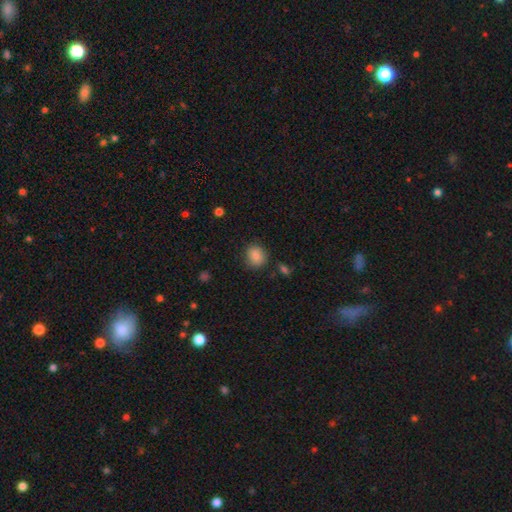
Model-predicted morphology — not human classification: This appears to be a smooth galaxy with no disk features (85%) that is round (76%). Merging: none (82%).